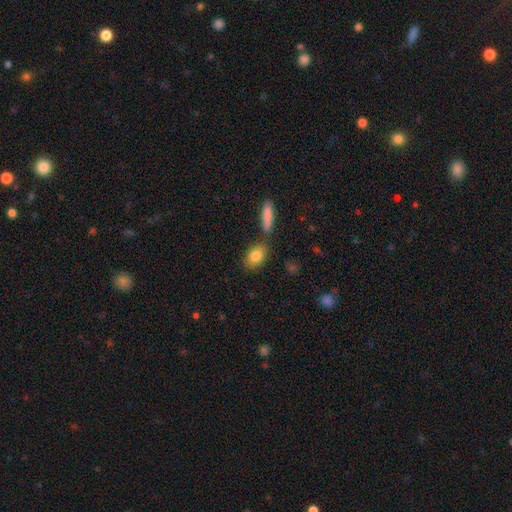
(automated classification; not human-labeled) Smooth or featured: smooth — 83% (featured or disk — 10%)
How rounded: in between — 84% (round — 12%)
Merging: none — 73% (minor disturbance — 12%)